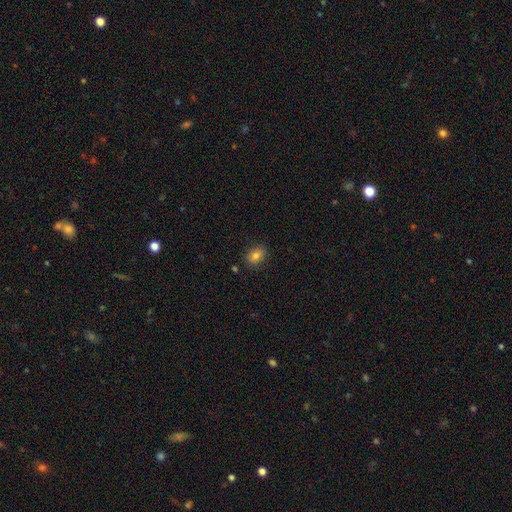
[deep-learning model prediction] smooth-or-featured: smooth: 79% | star or artifact: 11% | featured or disk: 10%
  how-rounded: in between: 63% | round: 36% | cigar-shaped: 1%
  merging: none: 85% | minor disturbance: 11% | major disturbance: 2% | merger: 2%